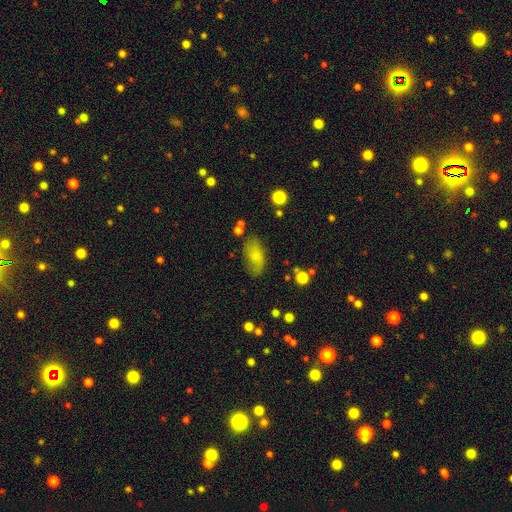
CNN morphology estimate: The model was most divided on "merging": none: 67%, minor disturbance: 22%, major disturbance: 8%, merger: 4%. More confident: how rounded — in between (91%); smooth or featured — smooth (72%).